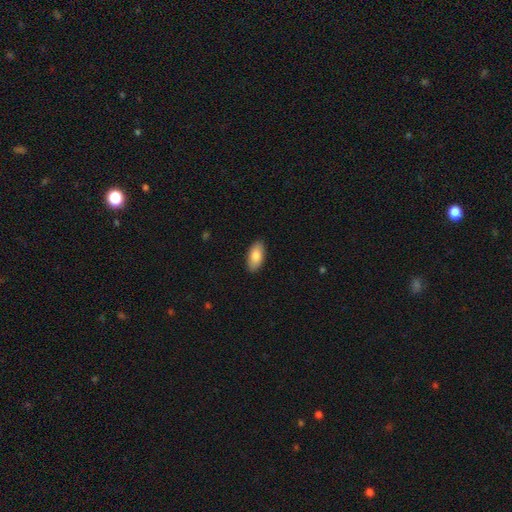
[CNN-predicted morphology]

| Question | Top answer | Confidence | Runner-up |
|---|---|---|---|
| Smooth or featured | smooth | 85% | featured or disk (9%) |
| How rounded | in between | 92% | cigar-shaped (6%) |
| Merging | none | 88% | minor disturbance (9%) |